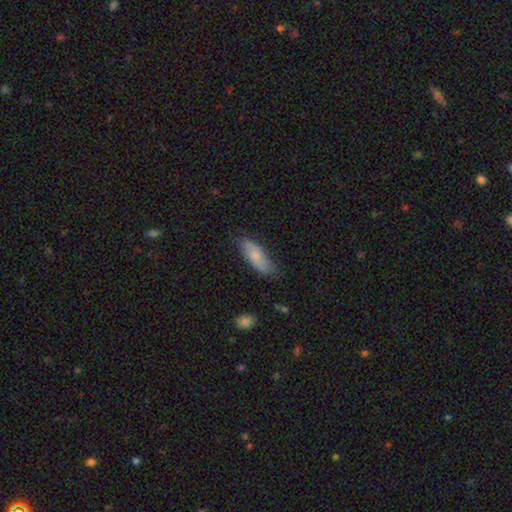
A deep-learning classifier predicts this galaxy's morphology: This appears to be a smooth galaxy with no disk features (76%) that is in between round and cigar-shaped (69%). Merging: none (72%).